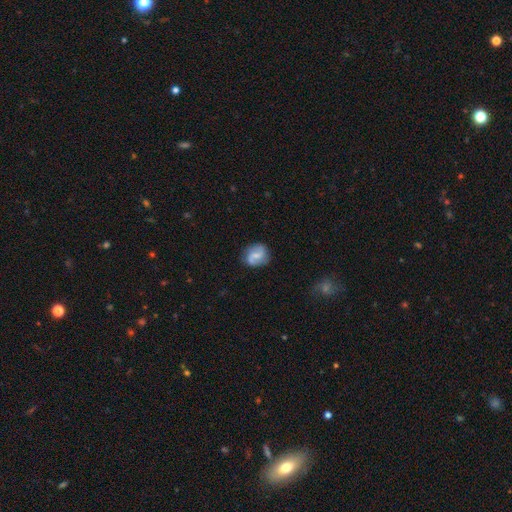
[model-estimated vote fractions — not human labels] smooth-or-featured: featured or disk: 57% | smooth: 36% | star or artifact: 7%
  disk-edge-on: no: 97% | yes: 3%
    bar: weak: 48% | no: 38% | strong: 14%
    has-spiral-arms: yes: 88% | no: 12%
    bulge-size: small: 46% | moderate: 36% | none: 14% | large: 3% | dominant: 1%
  merging: none: 75% | minor disturbance: 18% | major disturbance: 5% | merger: 2%